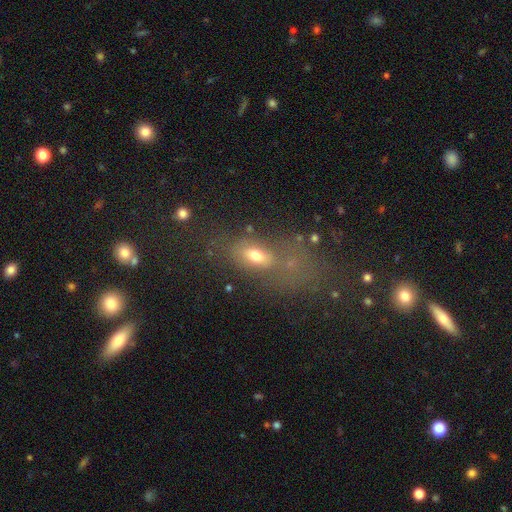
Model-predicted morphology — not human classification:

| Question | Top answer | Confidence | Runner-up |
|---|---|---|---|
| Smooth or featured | smooth | 65% | featured or disk (19%) |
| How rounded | in between | 79% | round (13%) |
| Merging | none | 48% | major disturbance (20%) |